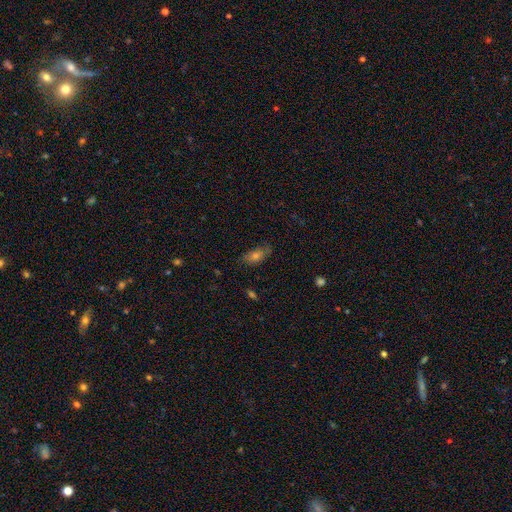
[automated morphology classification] A smooth galaxy with no disk features (65%) that is in between round and cigar-shaped (80%).

Vote fractions:
- Smooth or featured? smooth: 65% / featured or disk: 20% / star or artifact: 14%
- How rounded? in between: 80% / cigar-shaped: 14% / round: 6%
- Merging? none: 77% / minor disturbance: 17% / major disturbance: 4% / merger: 2%